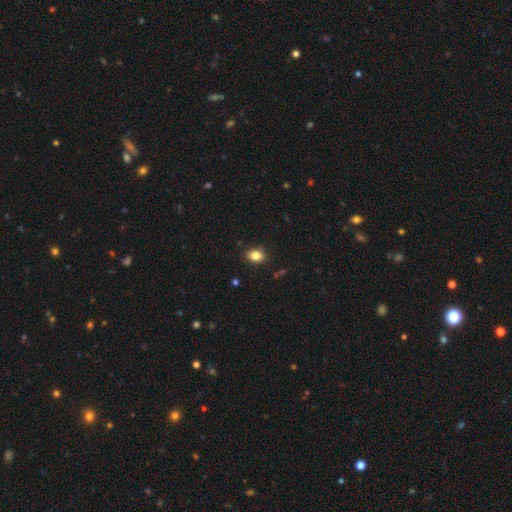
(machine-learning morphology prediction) The model was most divided on "how rounded": in between: 69%, round: 29%, cigar-shaped: 1%. More confident: merging — none (84%); smooth or featured — smooth (83%).